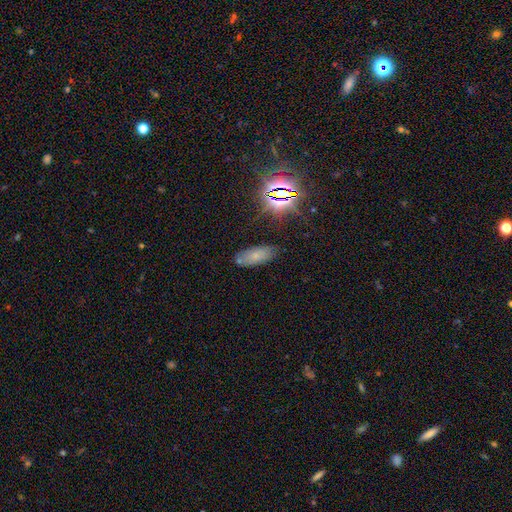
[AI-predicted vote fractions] Smooth or featured? smooth (53%)
How rounded? in between (81%)
Merging? none (77%)